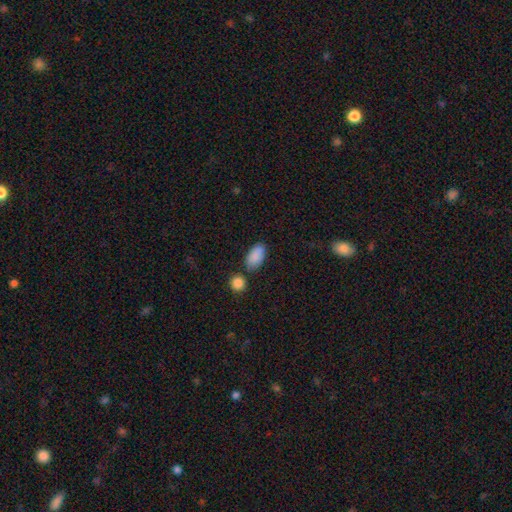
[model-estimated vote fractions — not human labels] smooth_or_featured: smooth (p=0.88) [alt: star or artifact p=0.07]
how_rounded: in between (p=0.93) [alt: round p=0.04]
merging: none (p=0.69) [alt: minor disturbance p=0.16]